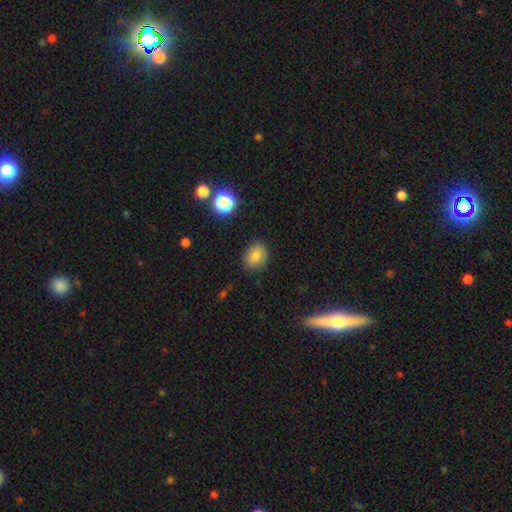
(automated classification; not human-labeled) Smooth or featured? Predicted: smooth (p=0.80). How rounded? Predicted: round (p=0.55). Merging? Predicted: none (p=0.82).